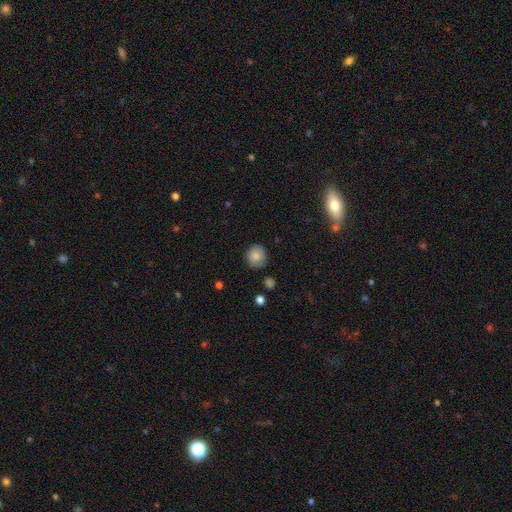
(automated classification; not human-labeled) smooth_or_featured: smooth (p=0.84) [alt: star or artifact p=0.09]
how_rounded: round (p=0.90) [alt: in between p=0.09]
merging: none (p=0.82) [alt: minor disturbance p=0.13]